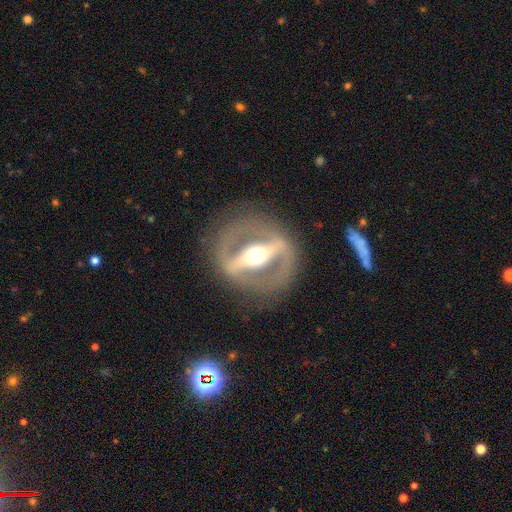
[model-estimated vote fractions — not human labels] smooth_or_featured: featured or disk (p=0.84) [alt: smooth p=0.11]
disk_edge_on: no (p=0.79) [alt: yes p=0.21]
bar: strong (p=0.84) [alt: weak p=0.09]
has_spiral_arms: no (p=0.69) [alt: yes p=0.31]
bulge_size: moderate (p=0.63) [alt: large p=0.28]
merging: none (p=0.82) [alt: minor disturbance p=0.09]